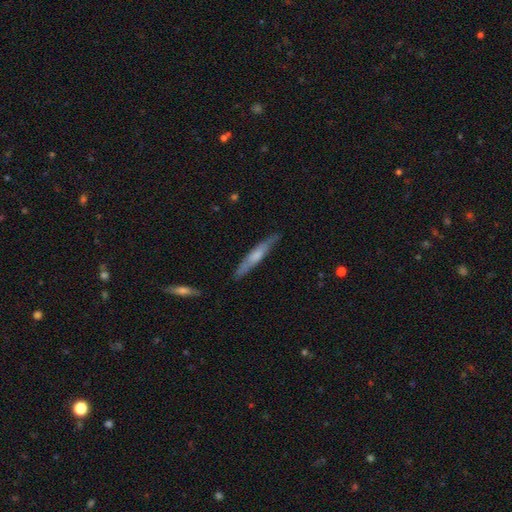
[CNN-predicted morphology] This appears to be a featured or disk galaxy (49%). Merging: none (85%).